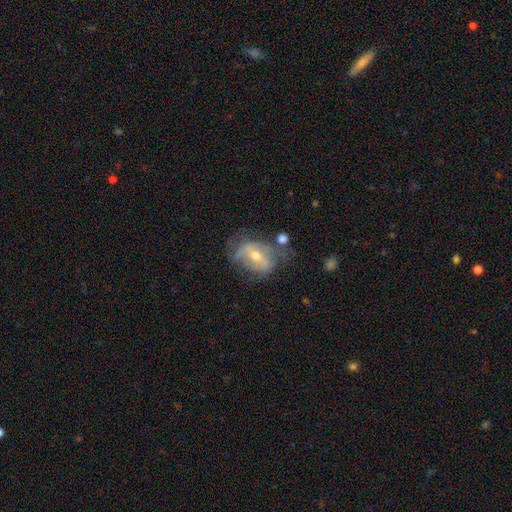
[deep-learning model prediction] smooth_or_featured: featured or disk (p=0.70) [alt: smooth p=0.22]
disk_edge_on: no (p=0.94) [alt: yes p=0.06]
bar: weak (p=0.39) [alt: strong p=0.36]
has_spiral_arms: yes (p=0.65) [alt: no p=0.35]
bulge_size: moderate (p=0.60) [alt: small p=0.35]
merging: none (p=0.44) [alt: minor disturbance p=0.27]